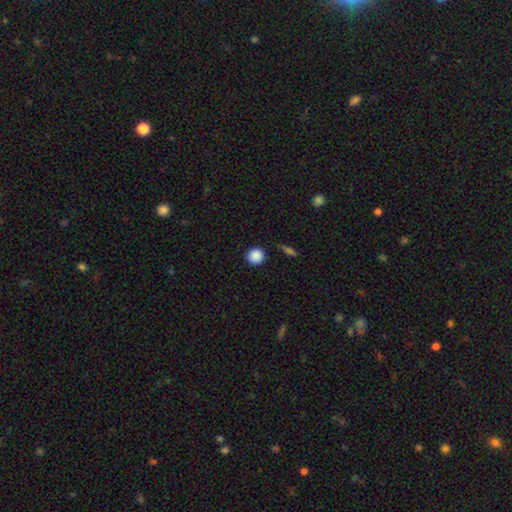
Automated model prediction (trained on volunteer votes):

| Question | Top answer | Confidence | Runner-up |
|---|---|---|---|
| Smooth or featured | smooth | 88% | star or artifact (9%) |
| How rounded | round | 91% | in between (7%) |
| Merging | none | 88% | minor disturbance (8%) |